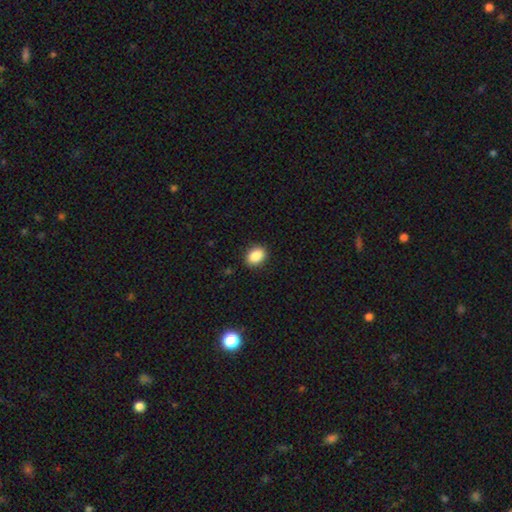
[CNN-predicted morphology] smooth 88%, star or artifact 8%, featured or disk 4%. Down the decision tree: how rounded — in between (72%); merging — none (89%).